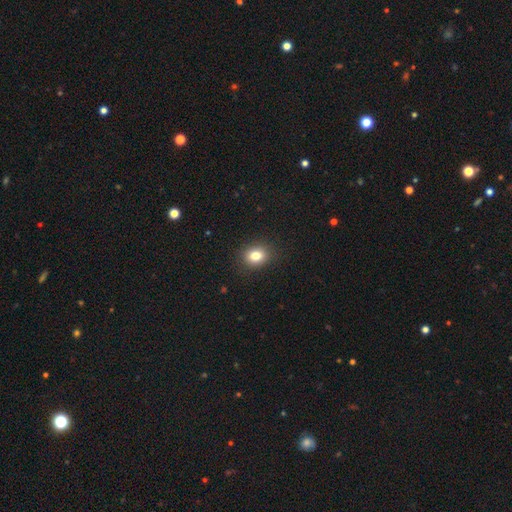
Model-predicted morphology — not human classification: smooth-or-featured: smooth: 81% | star or artifact: 12% | featured or disk: 7%
  how-rounded: round: 59% | in between: 40% | cigar-shaped: 1%
  merging: none: 89% | minor disturbance: 8% | major disturbance: 2% | merger: 1%